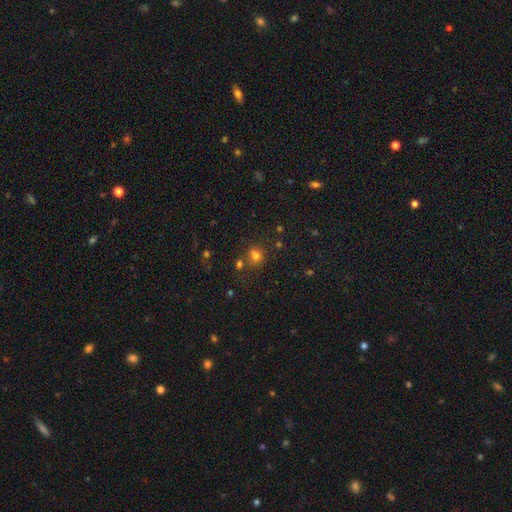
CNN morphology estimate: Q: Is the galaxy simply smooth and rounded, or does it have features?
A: smooth — 73%.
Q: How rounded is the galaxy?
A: round — 74%.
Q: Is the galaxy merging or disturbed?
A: none — 64%.